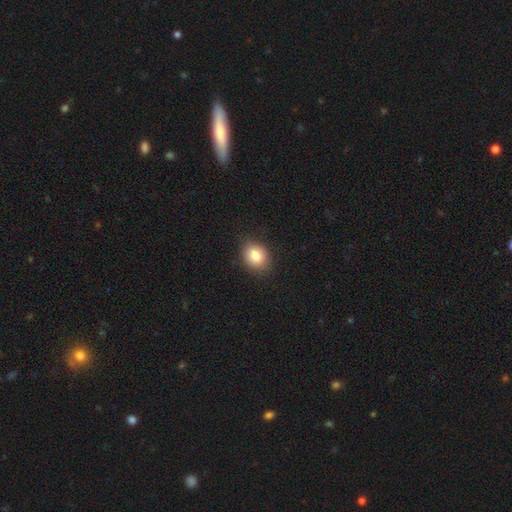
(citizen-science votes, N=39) smooth-or-featured: smooth: 90% | featured or disk: 5% | star or artifact: 5%
  how-rounded: in between: 63% | round: 37% | cigar-shaped: 0%
  merging: none: 65% | minor disturbance: 30% | major disturbance: 5% | merger: 0%